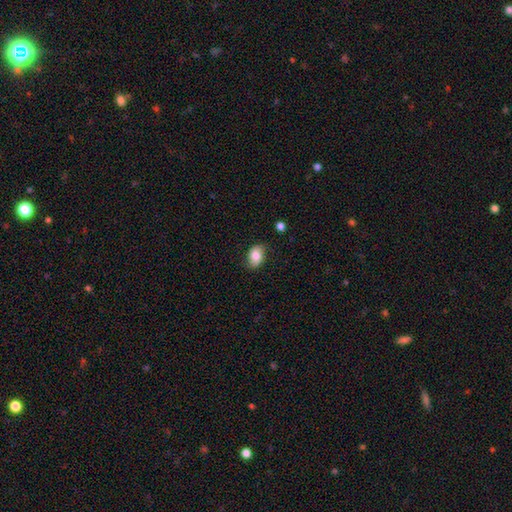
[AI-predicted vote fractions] Smooth or featured? smooth (80%)
How rounded? in between (83%)
Merging? none (81%)